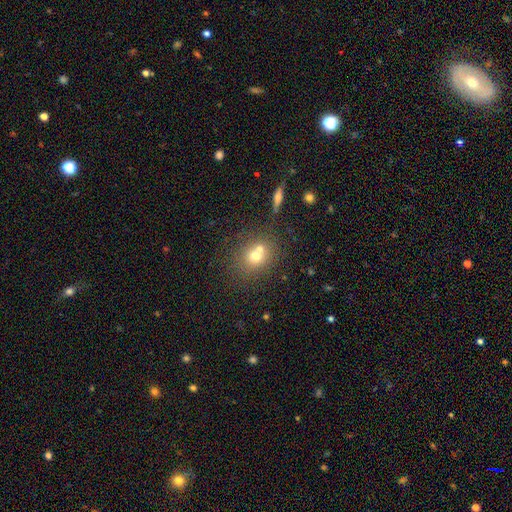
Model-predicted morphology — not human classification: smooth_or_featured: smooth (p=0.65) [alt: featured or disk p=0.19]
how_rounded: round (p=0.73) [alt: in between p=0.26]
merging: none (p=0.47) [alt: merger p=0.42]